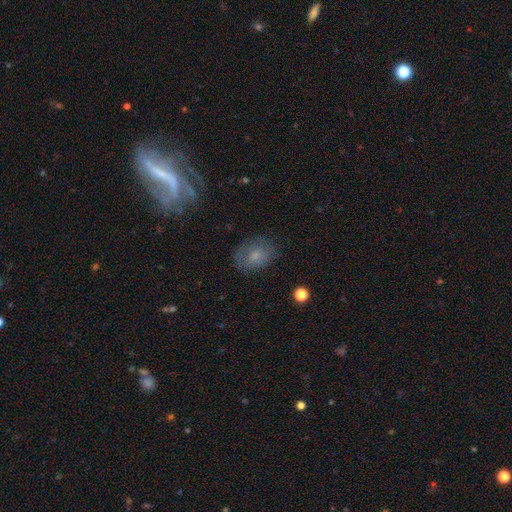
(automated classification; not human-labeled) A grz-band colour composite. It shows a smooth galaxy with no disk features (66%) that is in between round and cigar-shaped (70%). Merging: none (75%).